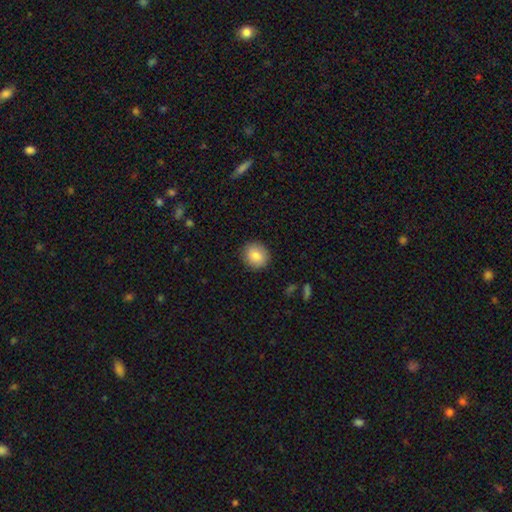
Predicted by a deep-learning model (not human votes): Smooth or featured? Predicted: smooth (p=0.86). How rounded? Predicted: round (p=0.79). Merging? Predicted: none (p=0.90).